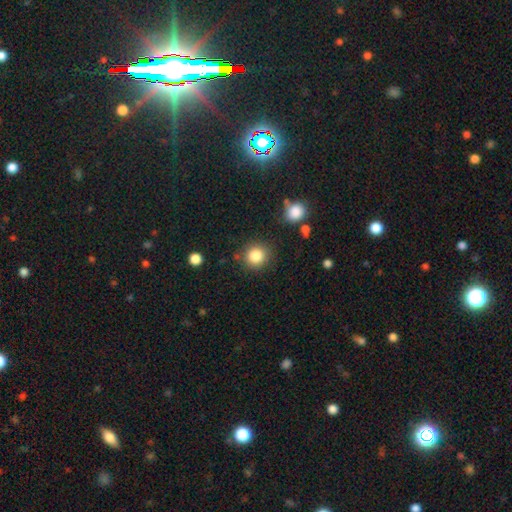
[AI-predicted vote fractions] smooth_or_featured: smooth (p=0.84) [alt: star or artifact p=0.10]
how_rounded: round (p=0.89) [alt: in between p=0.10]
merging: none (p=0.84) [alt: minor disturbance p=0.09]